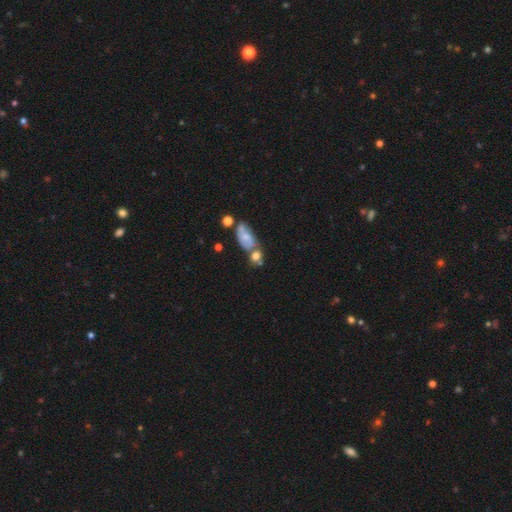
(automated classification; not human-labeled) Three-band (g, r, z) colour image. It shows a smooth galaxy with no disk features (60%) that is in between round and cigar-shaped (55%). Merging: merger (41%).